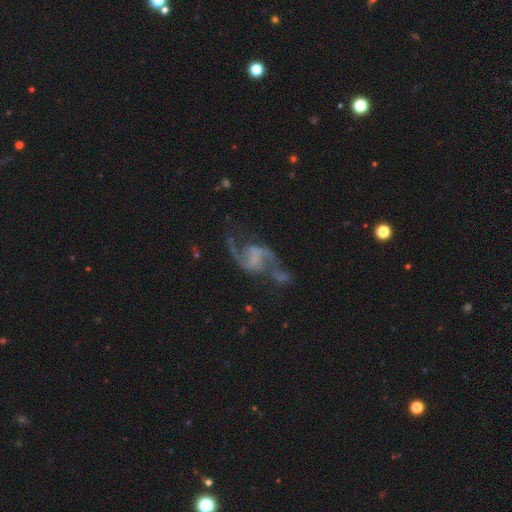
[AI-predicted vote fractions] Q: Smooth or featured?
A: featured or disk (88%); runner-up: star or artifact (7%)
Q: Edge-on disk?
A: no (97%); runner-up: yes (3%)
Q: Bar?
A: weak (44%); runner-up: no (33%)
Q: Spiral arms?
A: yes (95%); runner-up: no (5%)
Q: Spiral winding?
A: loose (70%); runner-up: medium (25%)
Q: Spiral arm count?
A: 2 (93%); runner-up: 1 (2%)
Q: Bulge size?
A: none (63%); runner-up: small (23%)
Q: Merging?
A: none (58%); runner-up: minor disturbance (19%)